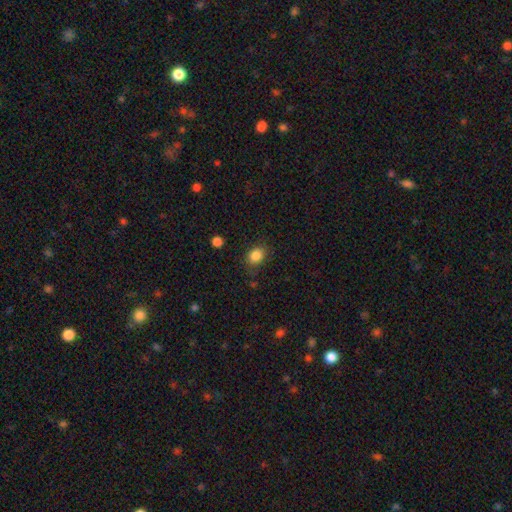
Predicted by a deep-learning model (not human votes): Overall: smooth (85%). How rounded: round (50%; in between 49%). Merging: none (78%).